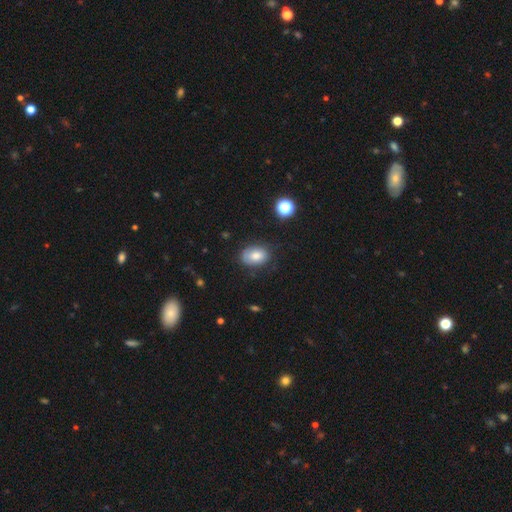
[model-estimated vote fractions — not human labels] A smooth galaxy with no disk features (76%) that is in between round and cigar-shaped (81%).

Vote fractions:
- Smooth or featured? smooth: 76% / featured or disk: 14% / star or artifact: 9%
- How rounded? in between: 81% / round: 18% / cigar-shaped: 1%
- Merging? none: 73% / minor disturbance: 20% / major disturbance: 6% / merger: 2%